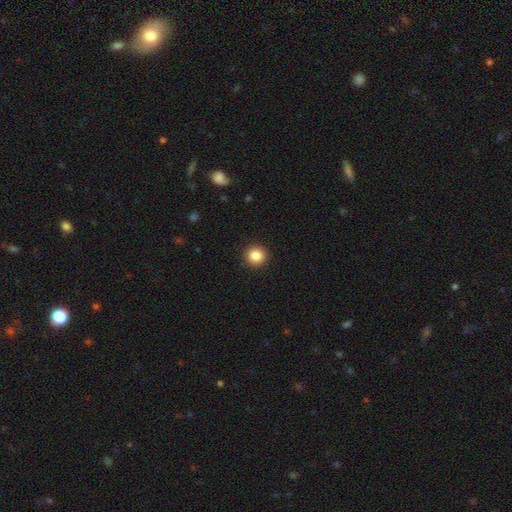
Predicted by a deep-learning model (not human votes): smooth 86%, star or artifact 10%, featured or disk 4%. Down the decision tree: how rounded — round (94%); merging — none (93%).